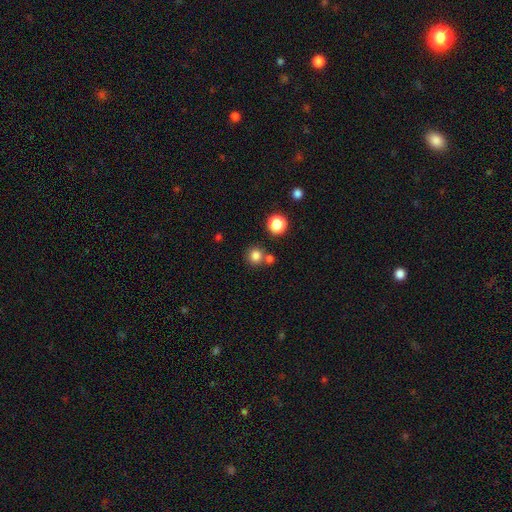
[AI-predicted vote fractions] This appears to be a smooth galaxy with no disk features (81%) that is round (92%). Merging: none (72%).